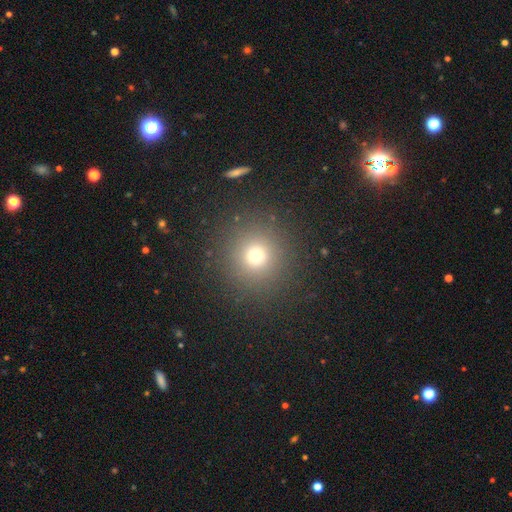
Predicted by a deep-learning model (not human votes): Smooth or featured?
  - smooth: 71% *
  - star or artifact: 20%
  - featured or disk: 9%
How rounded?
  - round: 95% *
  - in between: 4%
  - cigar-shaped: 1%
Merging?
  - none: 89% *
  - minor disturbance: 6%
  - major disturbance: 3%
  - merger: 1%